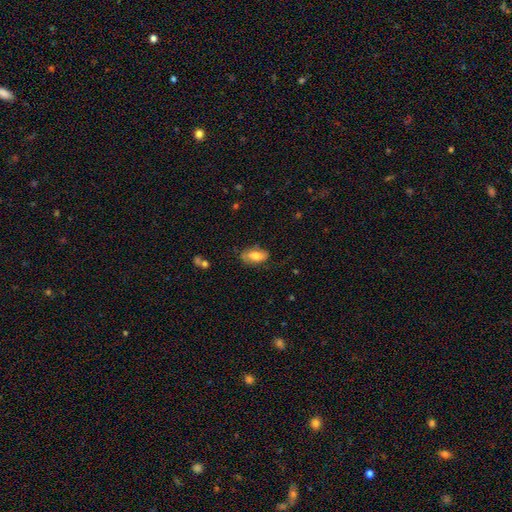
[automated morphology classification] smooth-or-featured: smooth: 70% | featured or disk: 23% | star or artifact: 7%
  how-rounded: in between: 89% | cigar-shaped: 7% | round: 4%
  merging: none: 69% | minor disturbance: 23% | major disturbance: 6% | merger: 2%